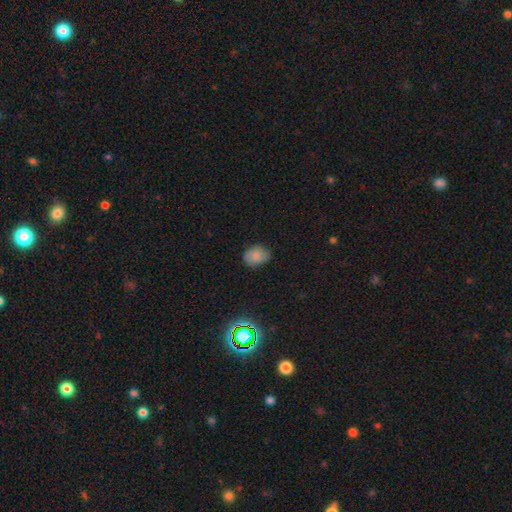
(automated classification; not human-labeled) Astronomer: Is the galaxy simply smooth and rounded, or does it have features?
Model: smooth — 79%.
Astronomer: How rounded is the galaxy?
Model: in between — 60% (runner-up: round, 39%).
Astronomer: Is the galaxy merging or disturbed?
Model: none — 76%.